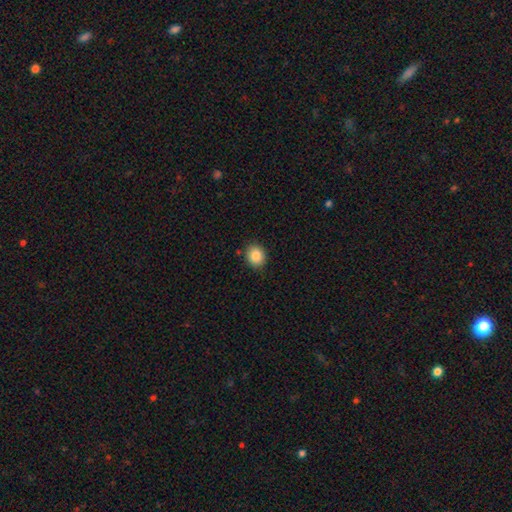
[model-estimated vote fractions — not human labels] Smooth or featured?
  - smooth: 86% *
  - star or artifact: 9%
  - featured or disk: 5%
How rounded?
  - round: 68% *
  - in between: 31%
  - cigar-shaped: 1%
Merging?
  - none: 88% *
  - minor disturbance: 8%
  - major disturbance: 2%
  - merger: 1%